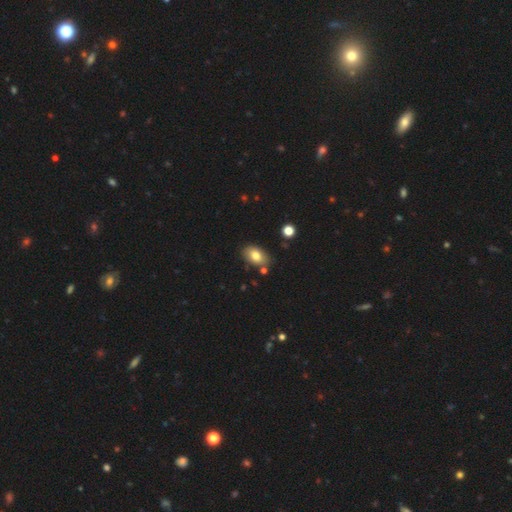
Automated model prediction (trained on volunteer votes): smooth_or_featured: smooth (p=0.79) [alt: featured or disk p=0.13]
how_rounded: in between (p=0.89) [alt: round p=0.10]
merging: none (p=0.79) [alt: minor disturbance p=0.13]